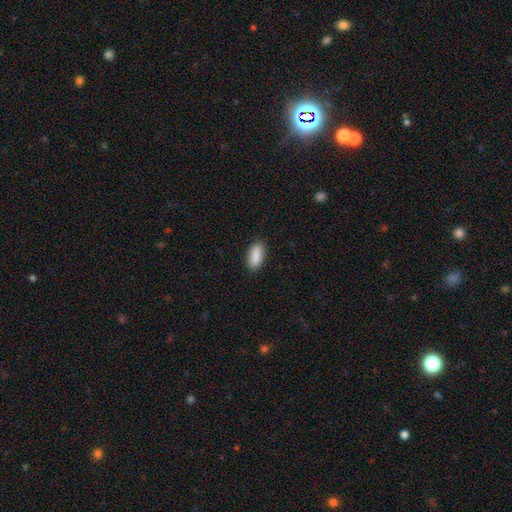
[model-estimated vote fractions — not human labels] smooth-or-featured: smooth: 89% | star or artifact: 7% | featured or disk: 4%
  how-rounded: in between: 83% | cigar-shaped: 14% | round: 2%
  merging: none: 86% | minor disturbance: 11% | major disturbance: 2% | merger: 1%